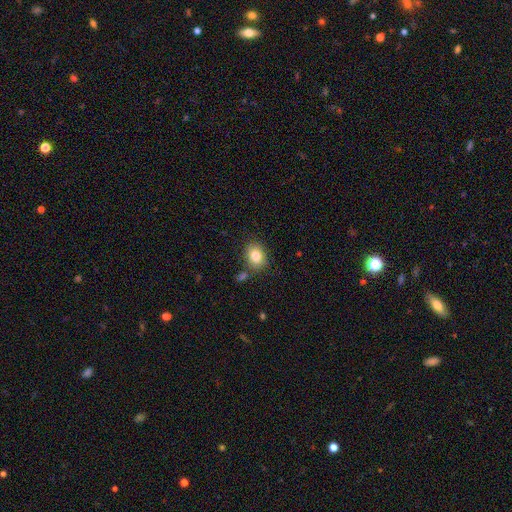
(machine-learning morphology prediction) Q: Smooth or featured?
A: smooth (82%); runner-up: star or artifact (10%)
Q: How rounded?
A: in between (51%); runner-up: round (48%)
Q: Merging?
A: none (78%); runner-up: minor disturbance (12%)